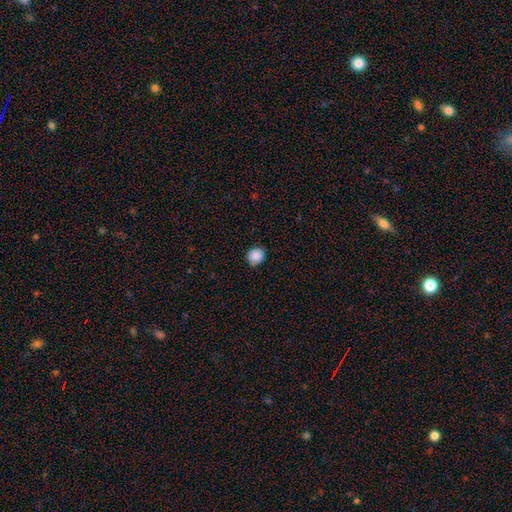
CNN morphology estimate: Smooth or featured? smooth (88%)
How rounded? round (83%)
Merging? none (86%)